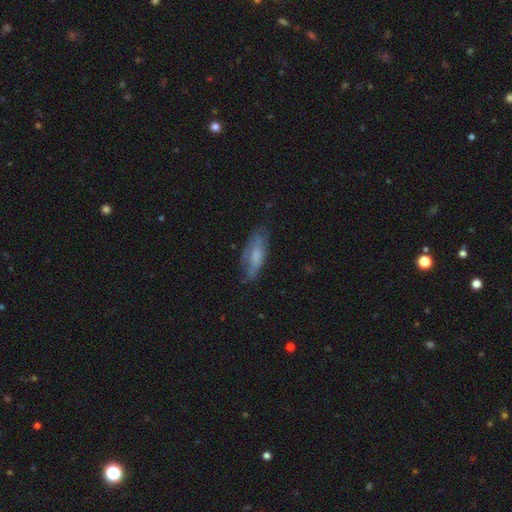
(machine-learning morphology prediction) Smooth or featured? Predicted: smooth (p=0.57). How rounded? Predicted: in between (p=0.56). Merging? Predicted: none (p=0.60).